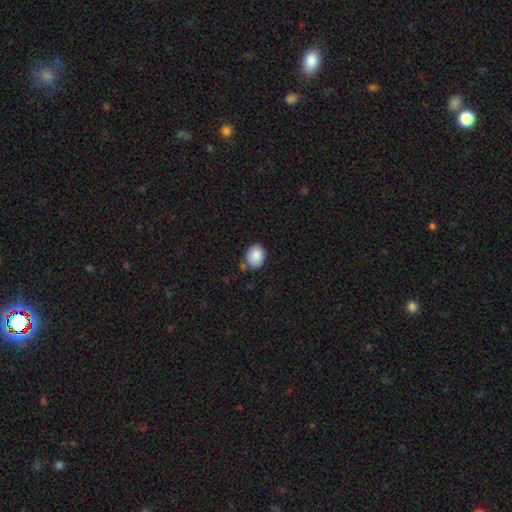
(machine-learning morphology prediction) type=smooth (86%); roundness=in between (54%); merging=none (71%).